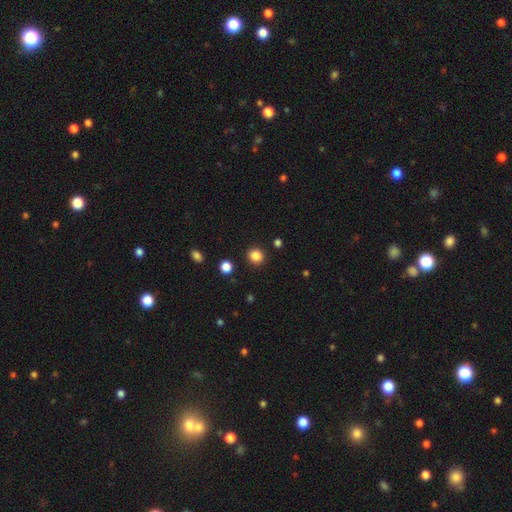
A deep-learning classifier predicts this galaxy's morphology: Q: Smooth or featured?
A: smooth (85%); runner-up: star or artifact (12%)
Q: How rounded?
A: round (90%); runner-up: in between (9%)
Q: Merging?
A: none (90%); runner-up: minor disturbance (6%)